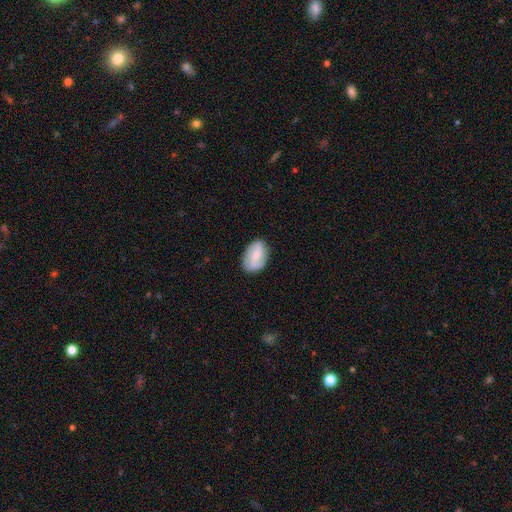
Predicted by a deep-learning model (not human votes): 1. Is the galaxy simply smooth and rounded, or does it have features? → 54% smooth, 39% featured or disk, 7% star or artifact.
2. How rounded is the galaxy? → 87% in between, 11% round, 2% cigar-shaped.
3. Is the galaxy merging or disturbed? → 79% none, 16% minor disturbance, 4% major disturbance, 1% merger.